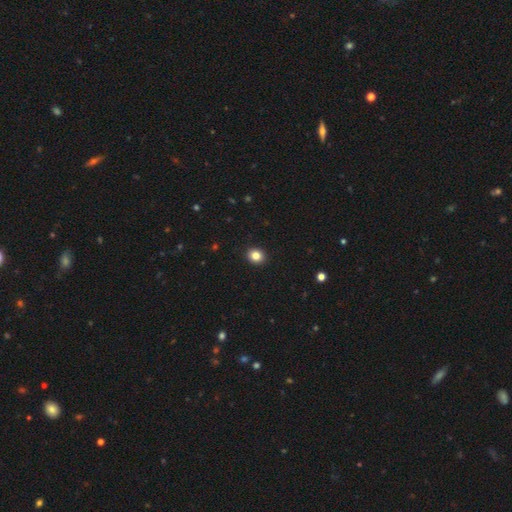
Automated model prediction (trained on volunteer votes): smooth-or-featured: smooth: 84% | star or artifact: 11% | featured or disk: 5%
  how-rounded: round: 76% | in between: 23% | cigar-shaped: 1%
  merging: none: 93% | minor disturbance: 5% | major disturbance: 1% | merger: 1%